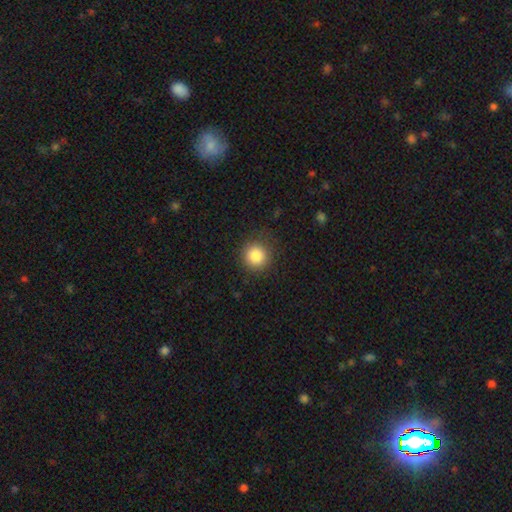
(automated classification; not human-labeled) smooth_or_featured: smooth (p=0.85) [alt: star or artifact p=0.10]
how_rounded: round (p=0.93) [alt: in between p=0.06]
merging: none (p=0.86) [alt: minor disturbance p=0.10]